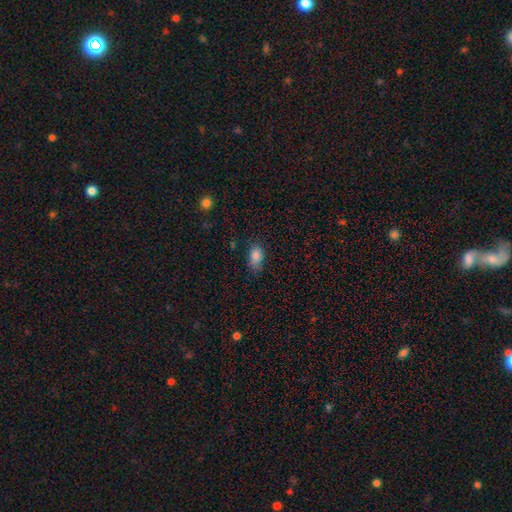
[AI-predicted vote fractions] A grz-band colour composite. It shows a smooth galaxy with no disk features (84%) that is in between round and cigar-shaped (85%). Merging: none (66%).